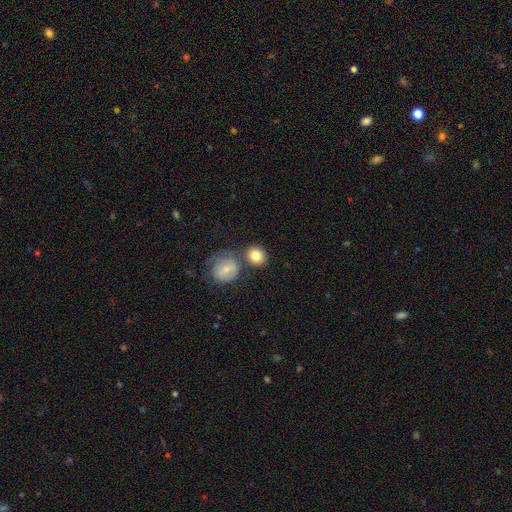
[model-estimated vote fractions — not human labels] This appears to be a smooth galaxy with no disk features (83%) that is round (76%). Merging: none (62%).